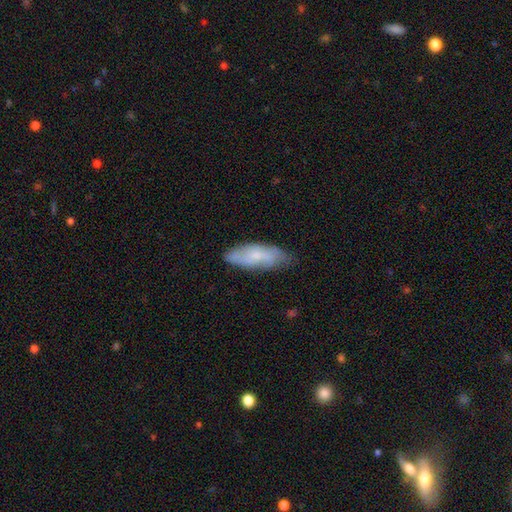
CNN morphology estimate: type=smooth (52%); roundness=in between (67%); merging=none (69%).